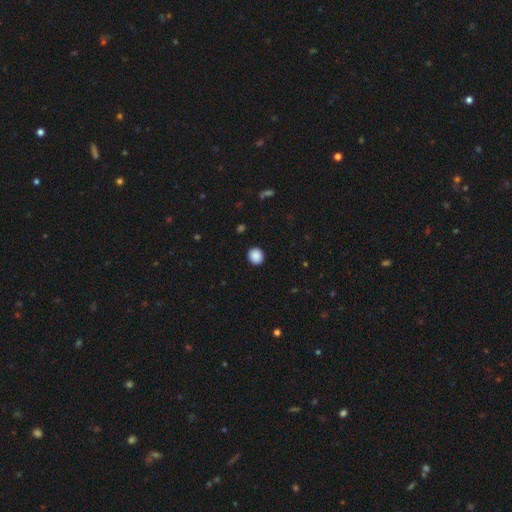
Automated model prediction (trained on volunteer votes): Q: Smooth or featured?
A: smooth (89%); runner-up: star or artifact (9%)
Q: How rounded?
A: round (85%); runner-up: in between (14%)
Q: Merging?
A: none (92%); runner-up: minor disturbance (5%)